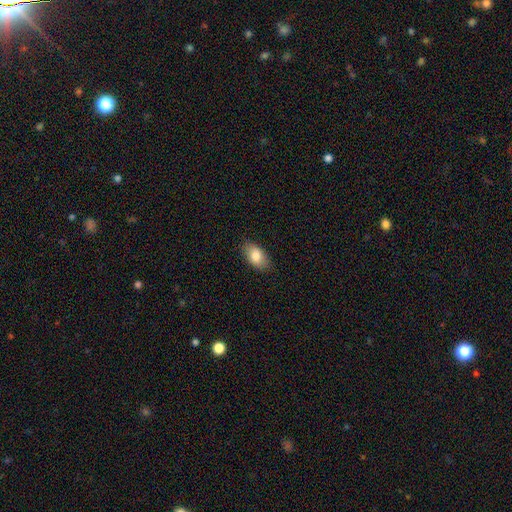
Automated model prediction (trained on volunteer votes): Smooth or featured?
  - smooth: 83% *
  - featured or disk: 10%
  - star or artifact: 7%
How rounded?
  - in between: 93% *
  - round: 5%
  - cigar-shaped: 3%
Merging?
  - none: 85% *
  - minor disturbance: 12%
  - major disturbance: 2%
  - merger: 1%